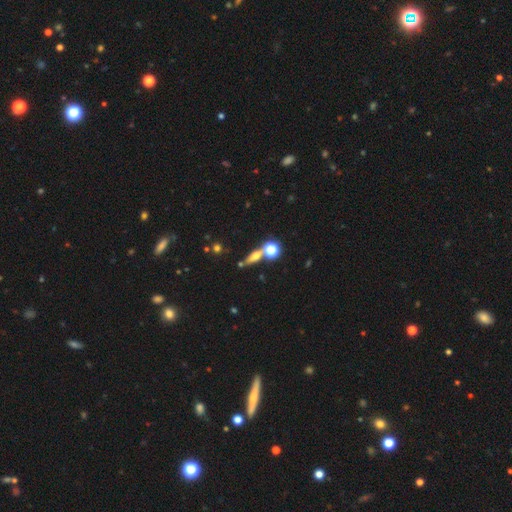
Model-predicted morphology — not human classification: Overall: smooth (47%; featured or disk 34%). Merging: none (63%).